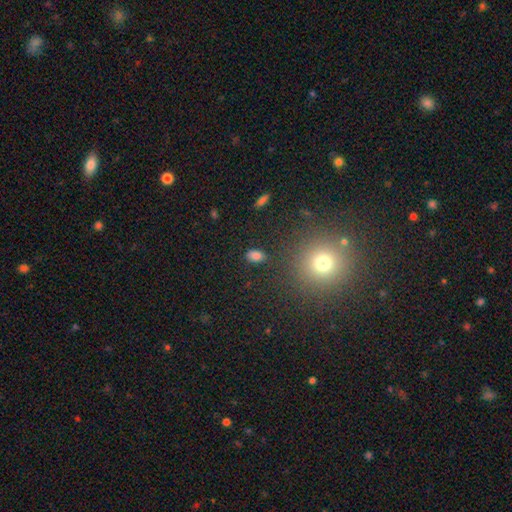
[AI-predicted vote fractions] smooth-or-featured: smooth: 81% | star or artifact: 13% | featured or disk: 6%
  how-rounded: in between: 84% | round: 14% | cigar-shaped: 2%
  merging: none: 83% | minor disturbance: 11% | major disturbance: 4% | merger: 3%